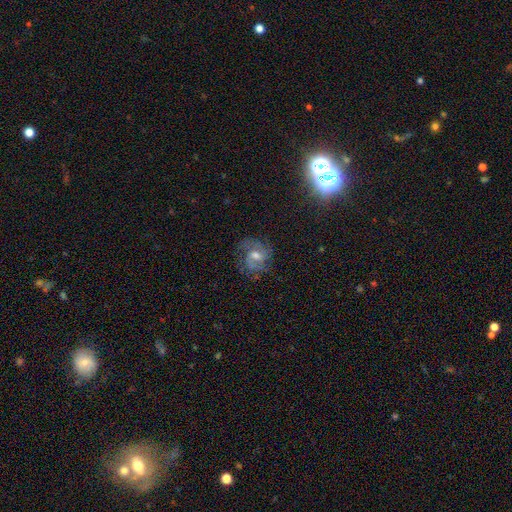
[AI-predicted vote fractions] Smooth or featured? Predicted: featured or disk (p=0.73). Edge-on disk? Predicted: no (p=0.97). Bar? Predicted: weak (p=0.51). Spiral arms? Predicted: yes (p=0.94). Spiral winding? Predicted: medium (p=0.47). Spiral arm count? Predicted: 2 (p=0.49). Bulge size? Predicted: moderate (p=0.62). Merging? Predicted: none (p=0.73).